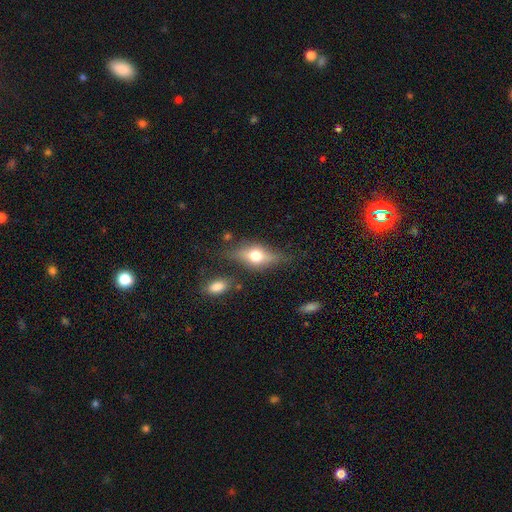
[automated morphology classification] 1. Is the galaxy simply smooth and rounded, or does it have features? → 45% smooth (tied), 45% featured or disk (tied), 9% star or artifact.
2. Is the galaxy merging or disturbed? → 72% none, 17% minor disturbance, 6% major disturbance, 4% merger.